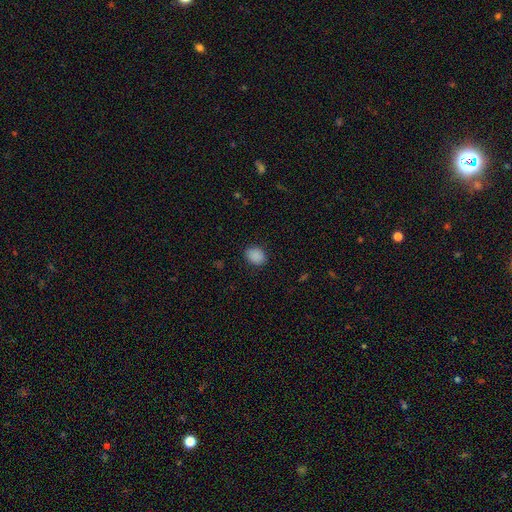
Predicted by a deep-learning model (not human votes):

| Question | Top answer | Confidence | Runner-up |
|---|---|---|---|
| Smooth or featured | smooth | 88% | star or artifact (9%) |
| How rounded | in between | 51% | round (48%) |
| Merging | none | 85% | minor disturbance (11%) |